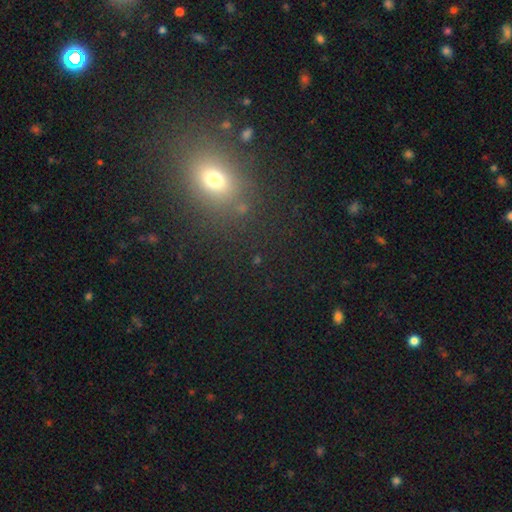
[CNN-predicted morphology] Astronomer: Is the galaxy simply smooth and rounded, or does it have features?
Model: smooth — 61%.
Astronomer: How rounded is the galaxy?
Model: in between — 54% (runner-up: round, 44%).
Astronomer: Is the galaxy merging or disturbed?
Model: none — 85%.